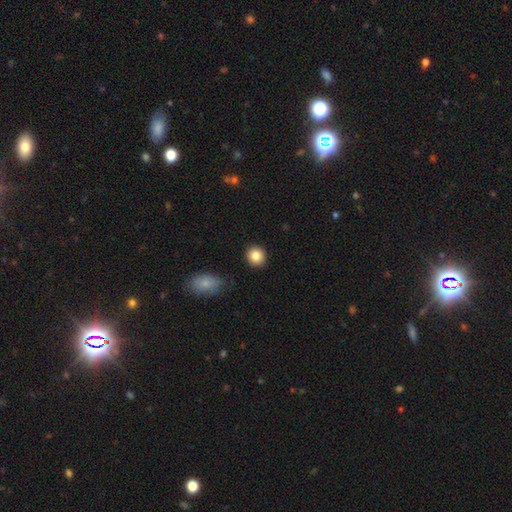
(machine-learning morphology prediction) smooth-or-featured: smooth: 85% | star or artifact: 9% | featured or disk: 6%
  how-rounded: round: 86% | in between: 13% | cigar-shaped: 1%
  merging: none: 90% | minor disturbance: 6% | merger: 2% | major disturbance: 2%